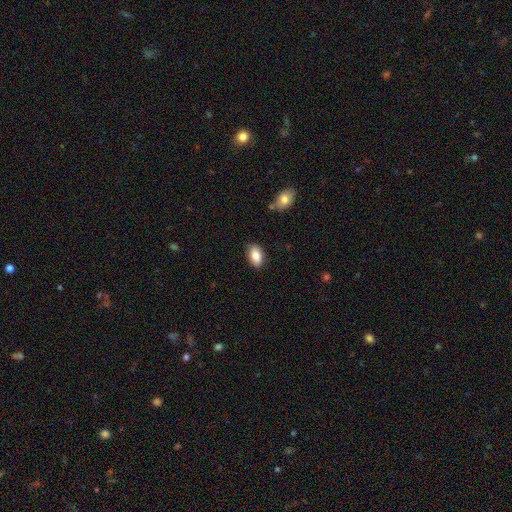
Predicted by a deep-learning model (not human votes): smooth_or_featured: smooth (p=0.85) [alt: featured or disk p=0.08]
how_rounded: in between (p=0.92) [alt: round p=0.06]
merging: none (p=0.86) [alt: minor disturbance p=0.10]